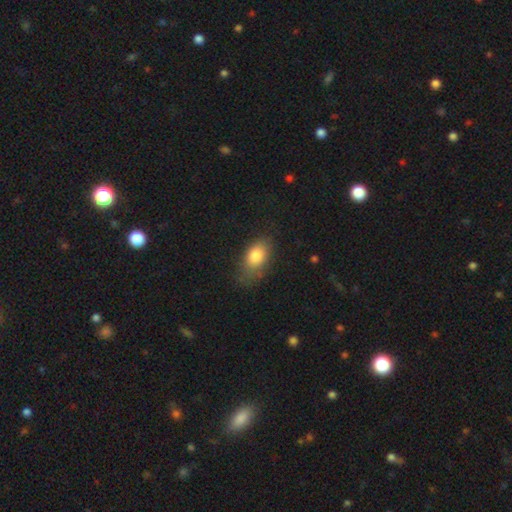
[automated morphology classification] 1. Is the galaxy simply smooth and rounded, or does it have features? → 81% smooth, 11% featured or disk, 8% star or artifact.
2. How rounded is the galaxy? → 87% in between, 10% round, 3% cigar-shaped.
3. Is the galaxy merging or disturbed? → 63% none, 26% minor disturbance, 9% major disturbance, 2% merger.